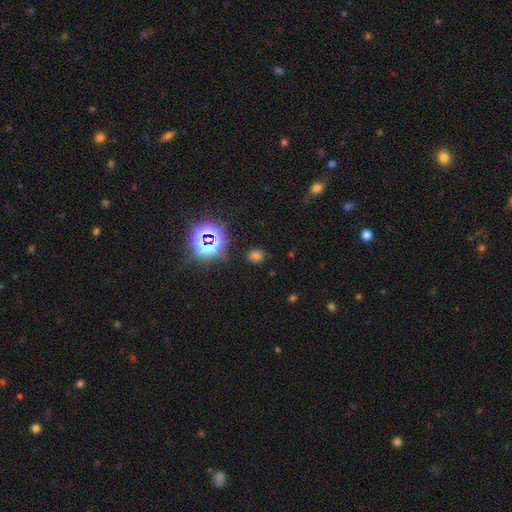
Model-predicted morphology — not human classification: Smooth or featured? Predicted: smooth (p=0.63). How rounded? Predicted: round (p=0.62). Merging? Predicted: none (p=0.82).